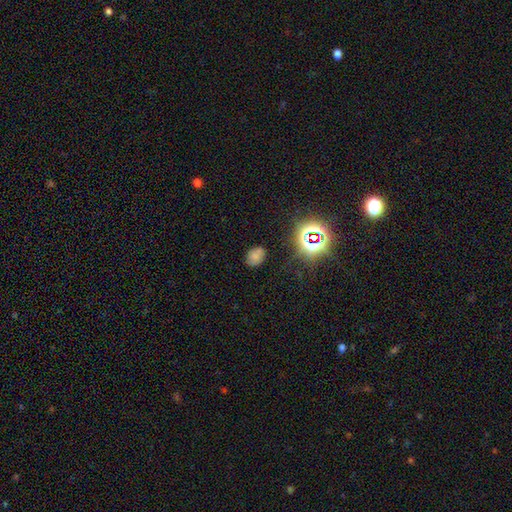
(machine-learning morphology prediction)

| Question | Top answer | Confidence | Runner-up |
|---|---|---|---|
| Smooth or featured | smooth | 67% | star or artifact (23%) |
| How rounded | in between | 68% | round (31%) |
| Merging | none | 75% | minor disturbance (17%) |